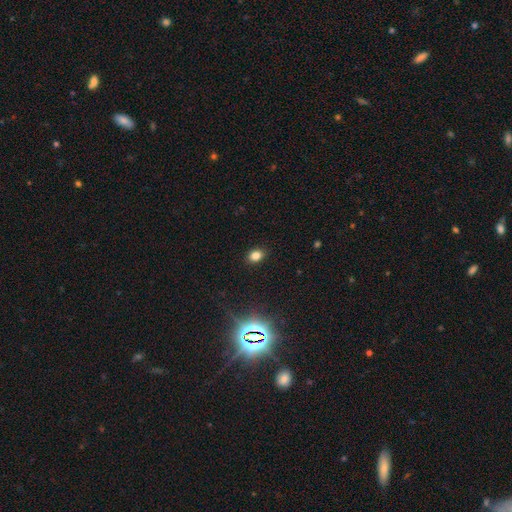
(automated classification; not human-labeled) Smooth or featured?
  - smooth: 79% *
  - star or artifact: 15%
  - featured or disk: 6%
How rounded?
  - in between: 63% *
  - round: 36%
  - cigar-shaped: 1%
Merging?
  - none: 89% *
  - minor disturbance: 8%
  - major disturbance: 2%
  - merger: 1%